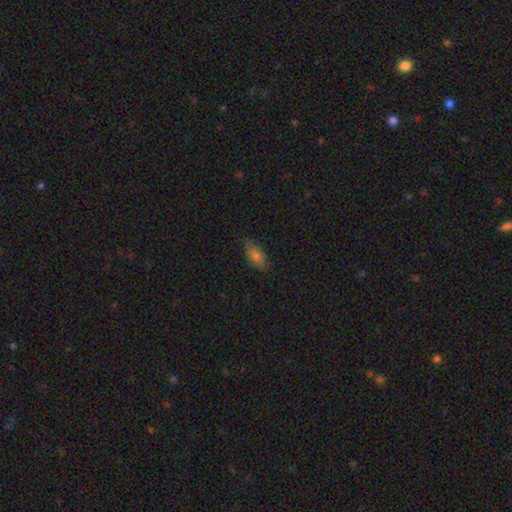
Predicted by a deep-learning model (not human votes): smooth_or_featured: smooth (p=0.69) [alt: featured or disk p=0.20]
how_rounded: in between (p=0.88) [alt: cigar-shaped p=0.08]
merging: none (p=0.72) [alt: minor disturbance p=0.21]